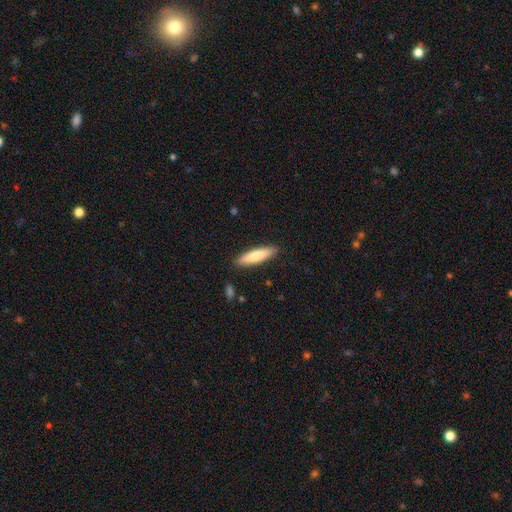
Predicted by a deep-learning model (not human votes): smooth-or-featured: smooth: 76% | featured or disk: 19% | star or artifact: 5%
  how-rounded: cigar-shaped: 75% | in between: 23% | round: 1%
  merging: none: 89% | minor disturbance: 8% | major disturbance: 2% | merger: 1%